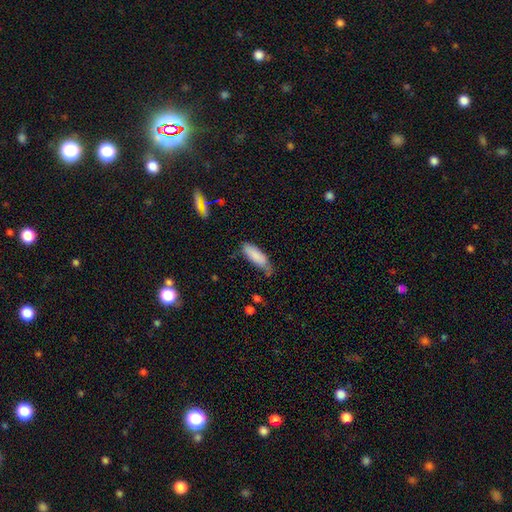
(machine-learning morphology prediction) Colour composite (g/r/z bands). It shows a smooth galaxy with no disk features (86%) that is in between round and cigar-shaped (59%). Merging: none (49%).